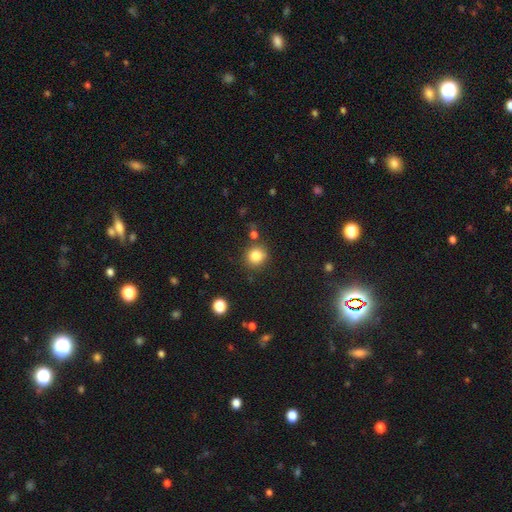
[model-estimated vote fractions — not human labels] Morphology: type=smooth (84%); roundness=round (86%); merging=none (82%).